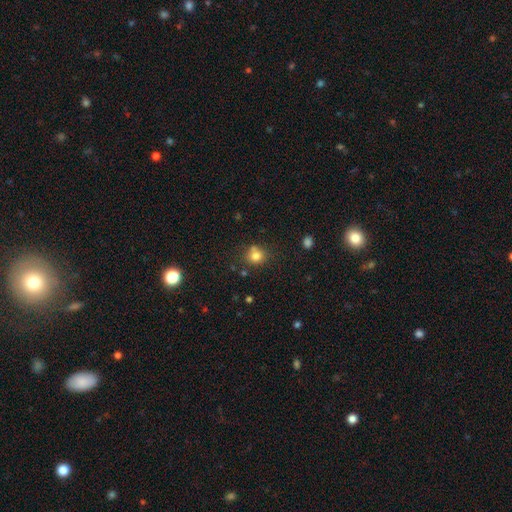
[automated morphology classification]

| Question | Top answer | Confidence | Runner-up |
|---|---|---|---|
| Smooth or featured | smooth | 79% | star or artifact (13%) |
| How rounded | round | 80% | in between (19%) |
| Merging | none | 65% | minor disturbance (16%) |